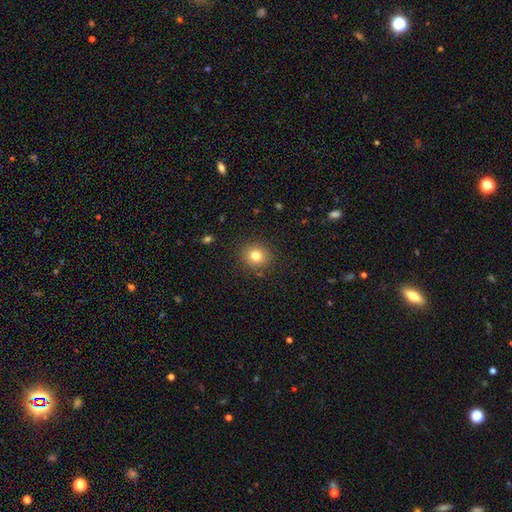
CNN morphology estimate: Smooth or featured: smooth — 78% (star or artifact — 13%)
How rounded: round — 86% (in between — 14%)
Merging: none — 89% (minor disturbance — 8%)